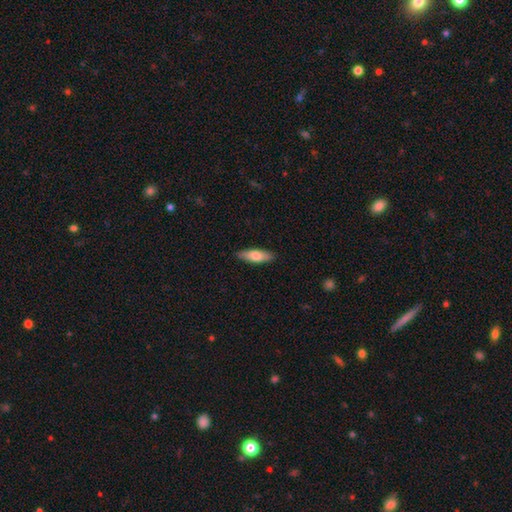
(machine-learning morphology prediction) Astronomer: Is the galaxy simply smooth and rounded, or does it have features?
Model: smooth — 72%.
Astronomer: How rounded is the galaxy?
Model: in between — 50% (runner-up: cigar-shaped, 48%).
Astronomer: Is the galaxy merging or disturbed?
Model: none — 88%.